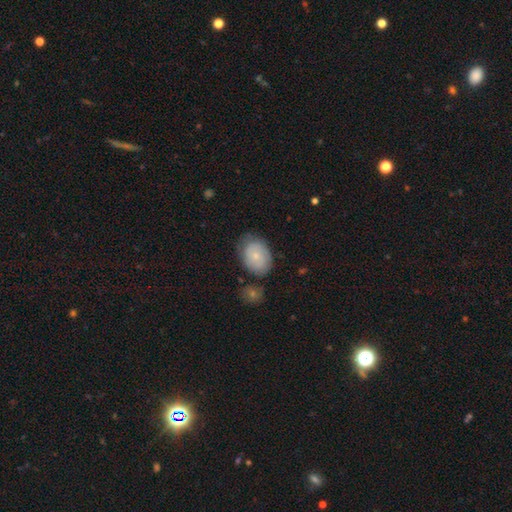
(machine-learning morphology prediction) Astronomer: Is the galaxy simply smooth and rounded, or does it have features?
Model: smooth — 71%.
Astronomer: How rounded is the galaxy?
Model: in between — 70%.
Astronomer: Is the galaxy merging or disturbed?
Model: none — 64%.